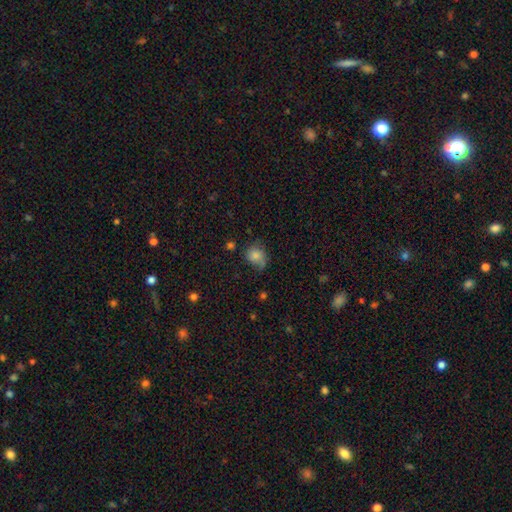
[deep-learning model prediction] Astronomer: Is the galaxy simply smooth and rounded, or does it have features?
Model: smooth — 77%.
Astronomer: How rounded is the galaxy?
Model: round — 60% (runner-up: in between, 39%).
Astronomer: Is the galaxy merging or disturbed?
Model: none — 47% (runner-up: minor disturbance, 35%).